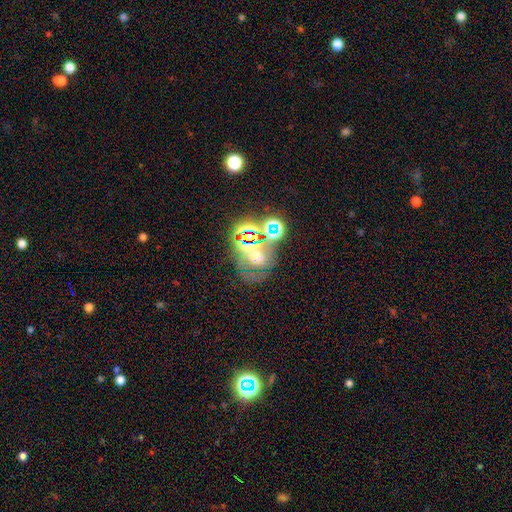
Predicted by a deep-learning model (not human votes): Overall: star or artifact (40%; smooth 32%).